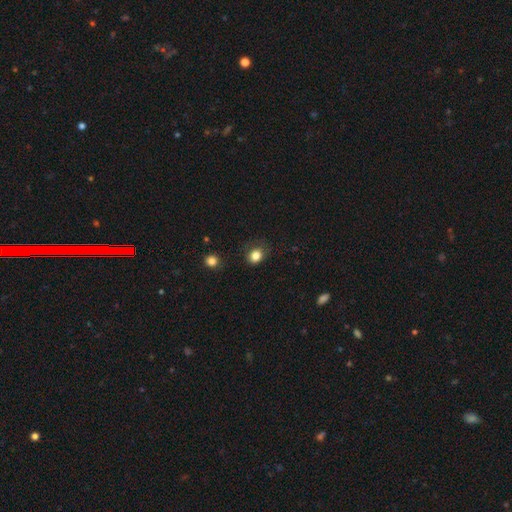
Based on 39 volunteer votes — This appears to be a smooth galaxy with no disk features (82%) that is round (59%). Merging: none (56%).